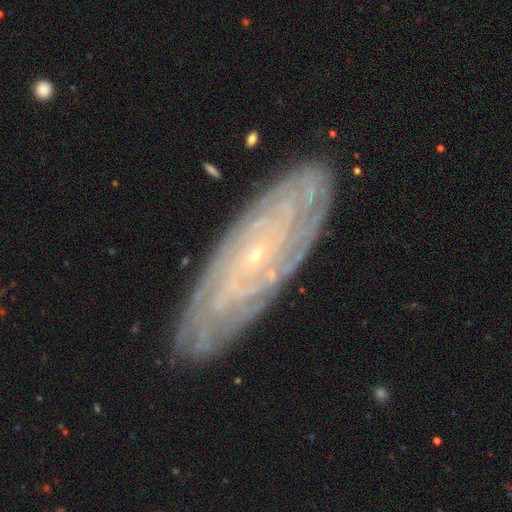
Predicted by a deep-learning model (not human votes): A featured or disk galaxy (84%) with no bar (70%), tight (84%) spiral arms (96%) and a small central bulge (87%).

Vote fractions:
- Smooth or featured? featured or disk: 84% / smooth: 9% / star or artifact: 7%
- Edge-on disk? no: 87% / yes: 13%
- Bar? no: 70% / weak: 22% / strong: 8%
- Spiral arms? yes: 96% / no: 4%
- Spiral winding? tight: 84% / medium: 13% / loose: 3%
- Spiral arm count? can't tell: 39% / more than 4: 16% / 4: 15% / 2: 12% / 3: 11% / 1: 7%
- Bulge size? small: 87% / moderate: 10% / none: 2% / large: 1% / dominant: 1%
- Merging? none: 86% / minor disturbance: 10% / major disturbance: 2% / merger: 1%